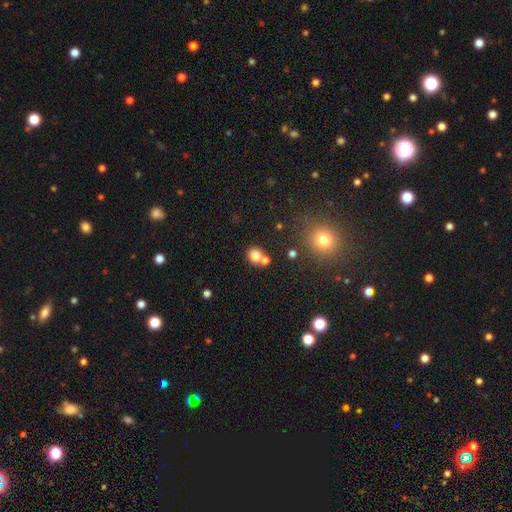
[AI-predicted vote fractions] Q: Smooth or featured?
A: smooth (79%); runner-up: star or artifact (12%)
Q: How rounded?
A: round (82%); runner-up: in between (17%)
Q: Merging?
A: none (53%); runner-up: merger (35%)